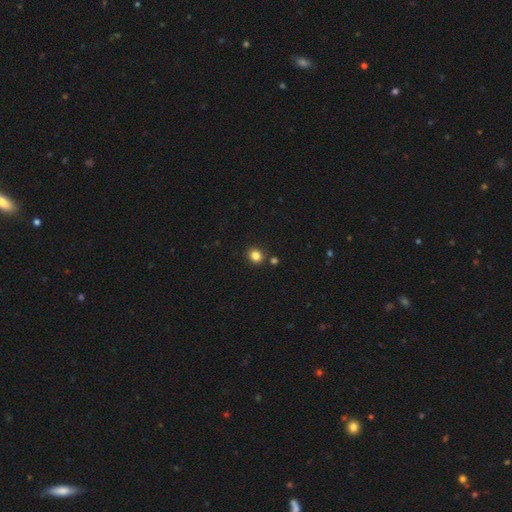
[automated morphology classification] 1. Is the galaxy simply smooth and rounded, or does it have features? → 83% smooth, 12% star or artifact, 5% featured or disk.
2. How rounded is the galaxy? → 78% round, 21% in between, 1% cigar-shaped.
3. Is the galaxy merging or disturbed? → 85% none, 7% minor disturbance, 6% merger, 2% major disturbance.